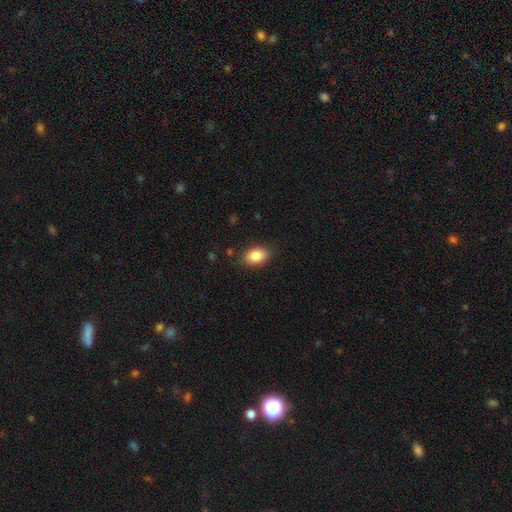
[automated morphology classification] A smooth galaxy with no disk features (86%) that is in between round and cigar-shaped (87%). Merging: none (85%).